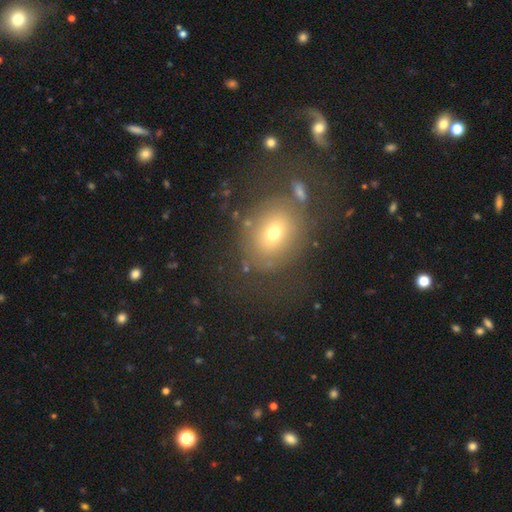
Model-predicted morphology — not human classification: smooth_or_featured: smooth (p=0.48) [alt: star or artifact p=0.28]
merging: none (p=0.73) [alt: minor disturbance p=0.14]